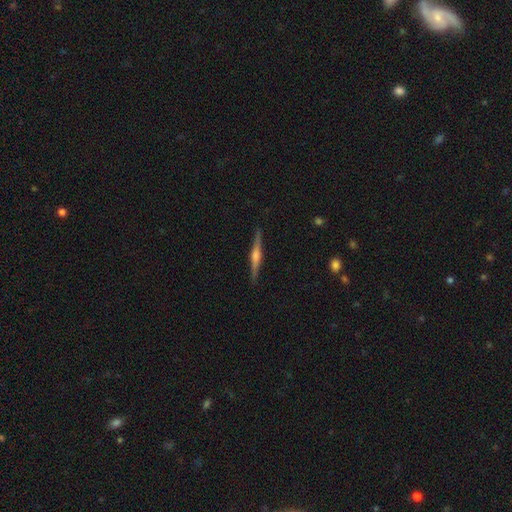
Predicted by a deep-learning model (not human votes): Smooth or featured? featured or disk (79%)
Edge-on disk? yes (98%)
Edge-on bulge? rounded (83%)
Merging? none (91%)